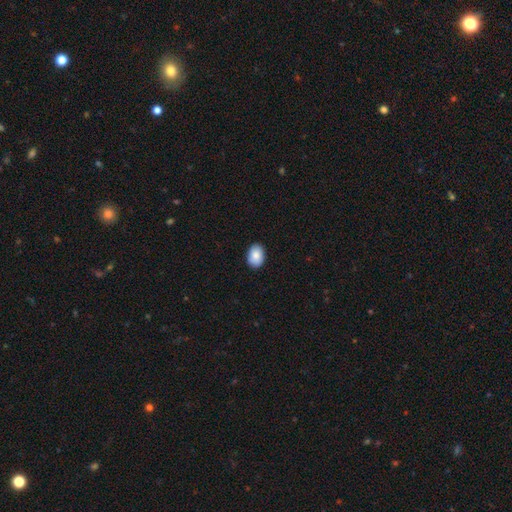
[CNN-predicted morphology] Smooth or featured? Predicted: smooth (p=0.87). How rounded? Predicted: in between (p=0.80). Merging? Predicted: none (p=0.88).